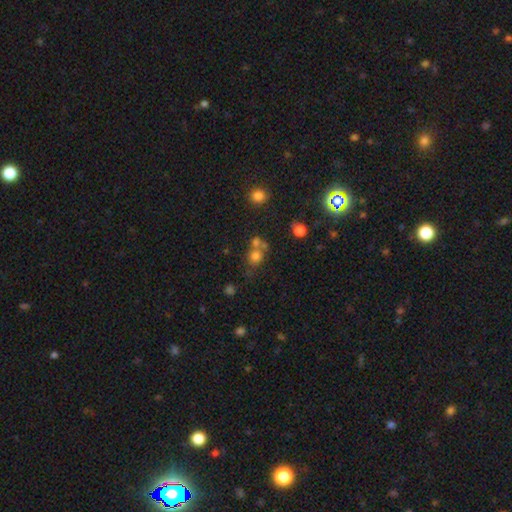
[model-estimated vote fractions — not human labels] Overall: smooth (72%). How rounded: round (81%). Merging: none (46%; merger 37%).